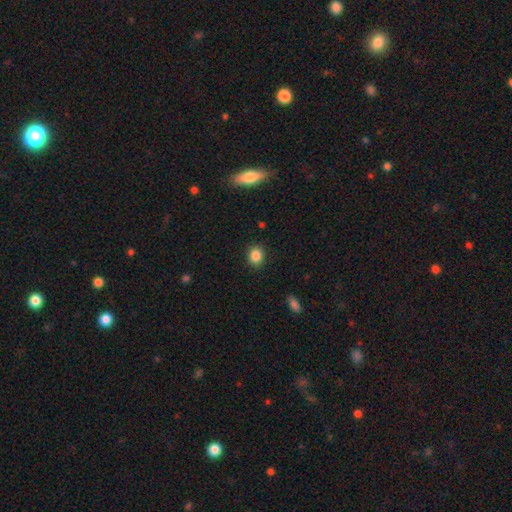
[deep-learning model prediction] Smooth or featured? Predicted: smooth (p=0.86). How rounded? Predicted: round (p=0.67). Merging? Predicted: none (p=0.89).